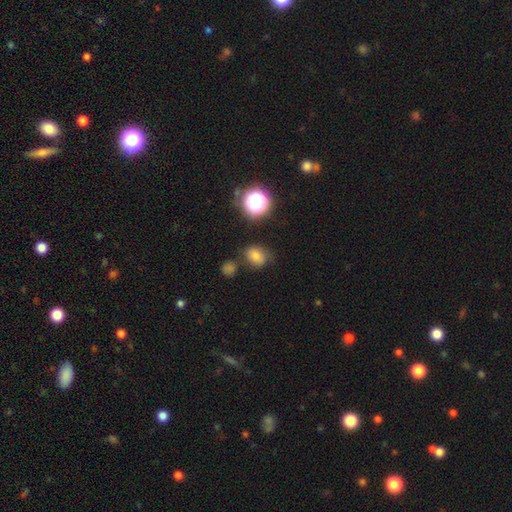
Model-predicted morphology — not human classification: type=smooth (72%); roundness=in between (51%); merging=none (69%).